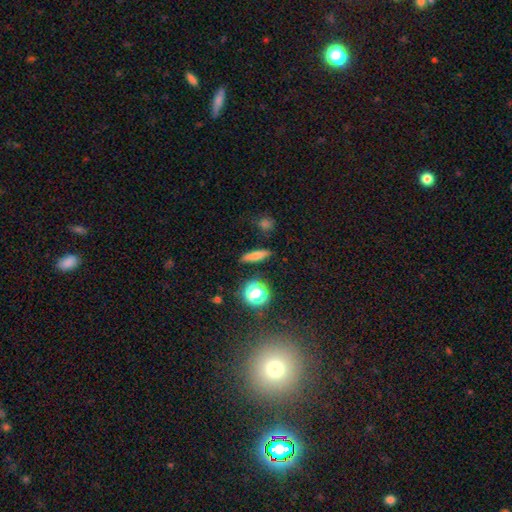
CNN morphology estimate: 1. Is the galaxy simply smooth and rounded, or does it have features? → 72% smooth, 15% star or artifact, 14% featured or disk.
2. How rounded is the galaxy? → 67% cigar-shaped, 19% in between, 13% round.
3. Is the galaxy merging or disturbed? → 86% none, 9% minor disturbance, 3% major disturbance, 2% merger.